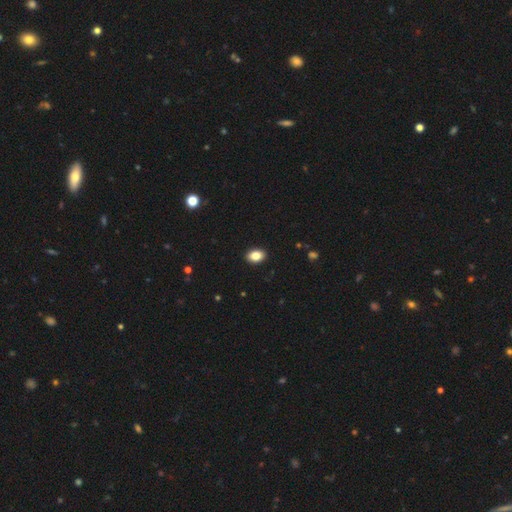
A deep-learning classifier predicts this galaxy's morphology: Smooth or featured? smooth (85%)
How rounded? in between (81%)
Merging? none (91%)